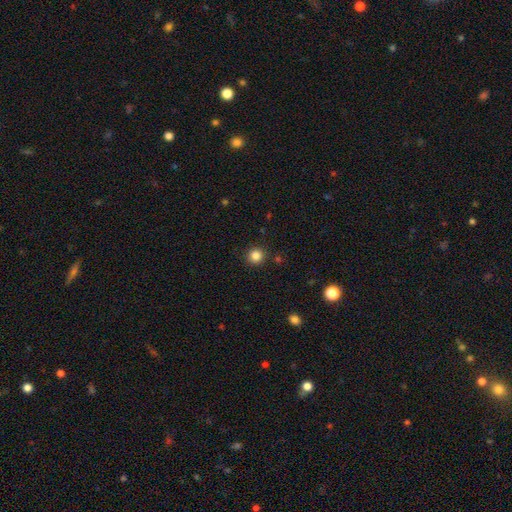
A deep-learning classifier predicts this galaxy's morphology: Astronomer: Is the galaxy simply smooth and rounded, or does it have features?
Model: smooth — 85%.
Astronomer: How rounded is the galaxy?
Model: round — 94%.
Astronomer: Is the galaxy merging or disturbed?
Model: none — 91%.